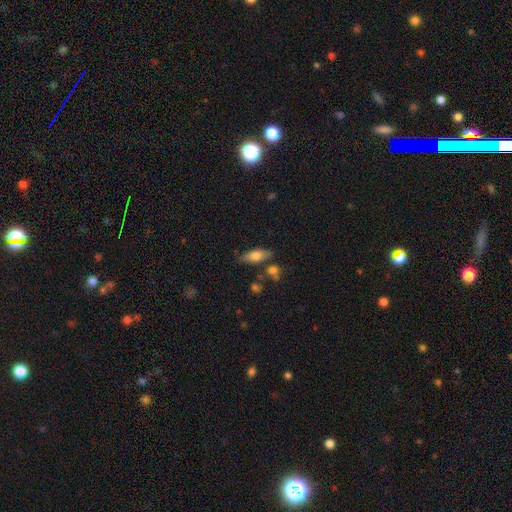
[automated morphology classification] Smooth or featured? Predicted: smooth (p=0.68). How rounded? Predicted: in between (p=0.71). Merging? Predicted: none (p=0.76).